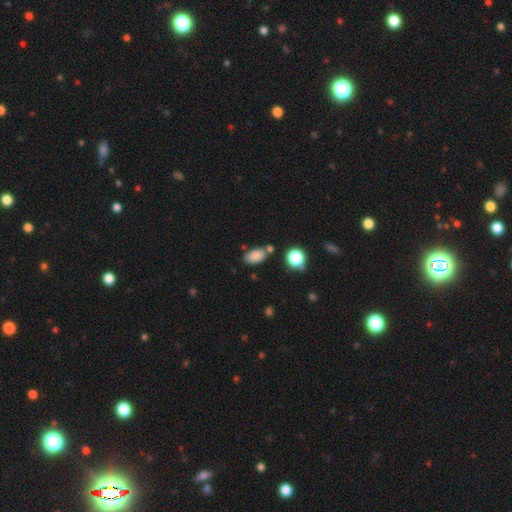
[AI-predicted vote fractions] A smooth galaxy with no disk features (83%) that is in between round and cigar-shaped (90%). Merging: none (71%).